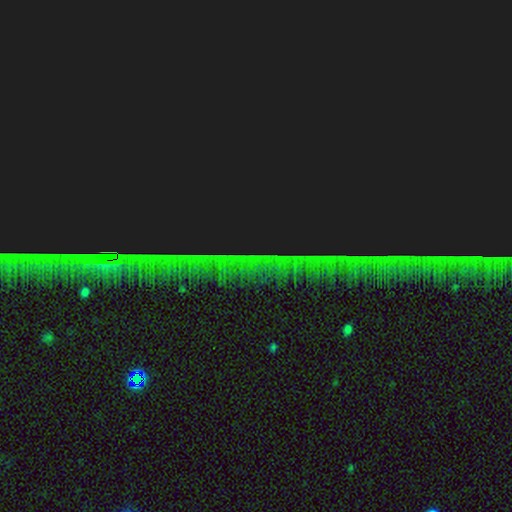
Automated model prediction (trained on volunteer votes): A star or artifact, not a galaxy (87%).

Vote fractions:
- Smooth or featured? star or artifact: 87% / featured or disk: 7% / smooth: 6%